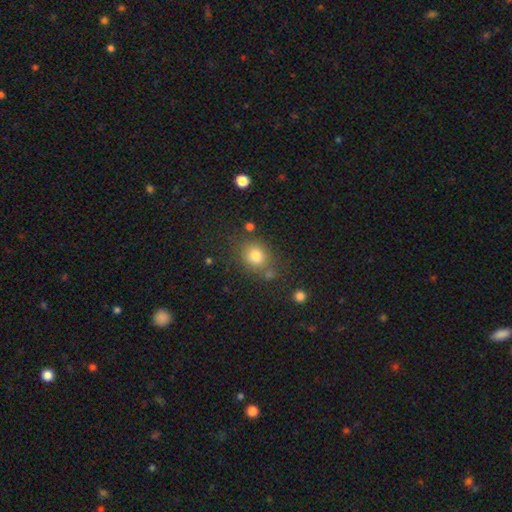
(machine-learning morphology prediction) A smooth galaxy with no disk features (79%) that is round (75%).

Vote fractions:
- Smooth or featured? smooth: 79% / star or artifact: 13% / featured or disk: 8%
- How rounded? round: 75% / in between: 24% / cigar-shaped: 1%
- Merging? none: 73% / minor disturbance: 13% / merger: 8% / major disturbance: 5%